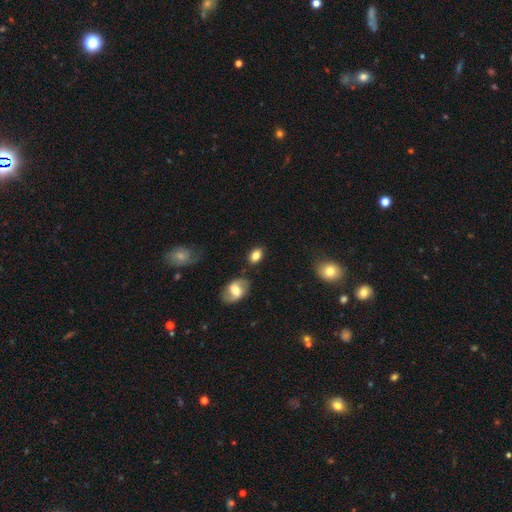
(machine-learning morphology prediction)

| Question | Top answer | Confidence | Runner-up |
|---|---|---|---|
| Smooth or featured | smooth | 80% | featured or disk (11%) |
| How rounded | in between | 80% | round (19%) |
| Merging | none | 79% | minor disturbance (14%) |